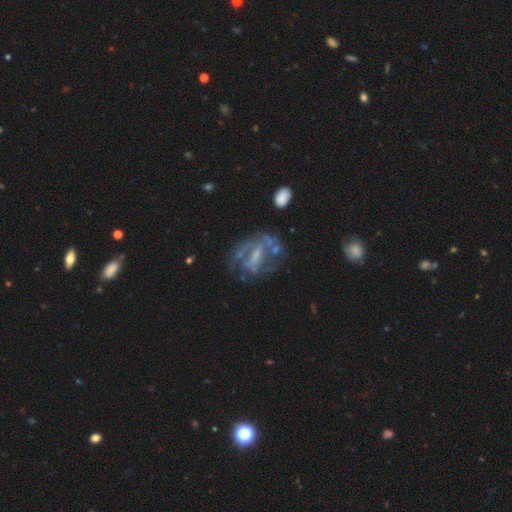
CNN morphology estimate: smooth_or_featured: featured or disk (p=0.75) [alt: smooth p=0.14]
disk_edge_on: no (p=0.95) [alt: yes p=0.05]
bar: weak (p=0.40) [alt: strong p=0.32]
has_spiral_arms: yes (p=0.60) [alt: no p=0.40]
bulge_size: small (p=0.39) [alt: moderate p=0.30]
merging: none (p=0.51) [alt: major disturbance p=0.23]